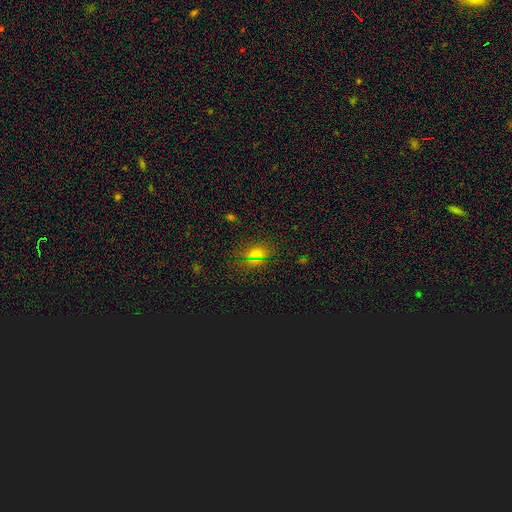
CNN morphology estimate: Q: Smooth or featured?
A: smooth (60%); runner-up: star or artifact (31%)
Q: How rounded?
A: in between (58%); runner-up: round (37%)
Q: Merging?
A: none (85%); runner-up: minor disturbance (10%)